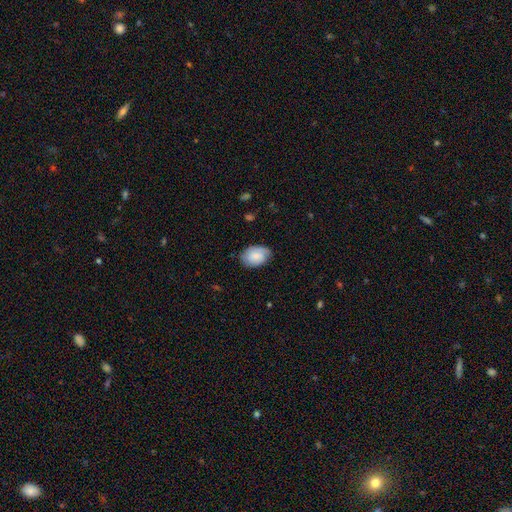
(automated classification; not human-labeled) Morphology: type=smooth (71%); roundness=in between (83%); merging=none (71%).